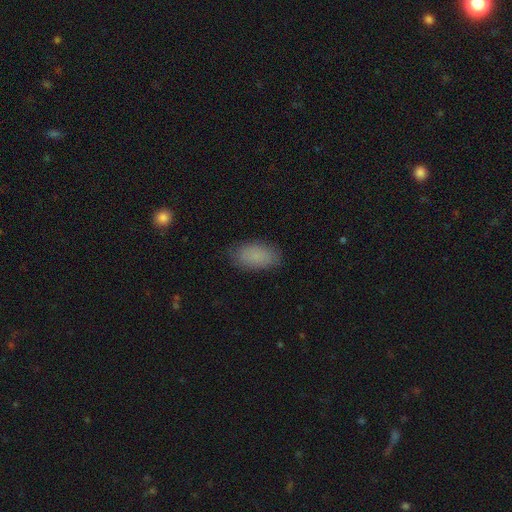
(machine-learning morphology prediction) smooth_or_featured: smooth (p=0.85) [alt: star or artifact p=0.08]
how_rounded: in between (p=0.94) [alt: round p=0.04]
merging: none (p=0.82) [alt: minor disturbance p=0.14]